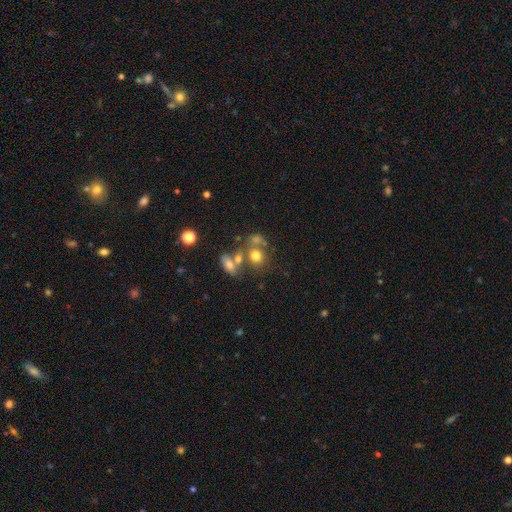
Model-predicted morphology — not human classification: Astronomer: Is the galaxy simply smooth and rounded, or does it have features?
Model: smooth — 70%.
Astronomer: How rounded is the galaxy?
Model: round — 64%.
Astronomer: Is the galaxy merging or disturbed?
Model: none — 44% (runner-up: merger, 36%).